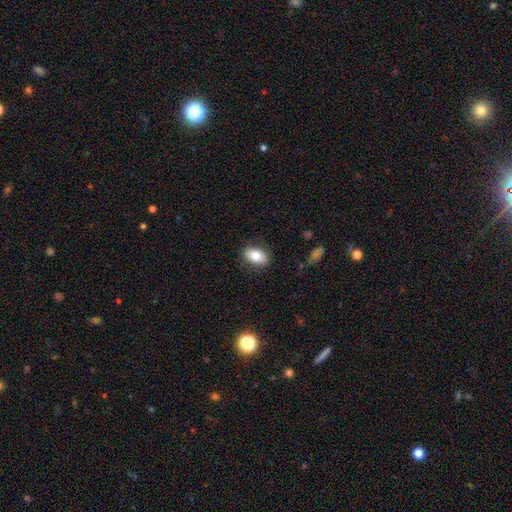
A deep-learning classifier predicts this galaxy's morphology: Q: Smooth or featured?
A: smooth (77%); runner-up: featured or disk (15%)
Q: How rounded?
A: in between (88%); runner-up: round (10%)
Q: Merging?
A: none (85%); runner-up: minor disturbance (11%)